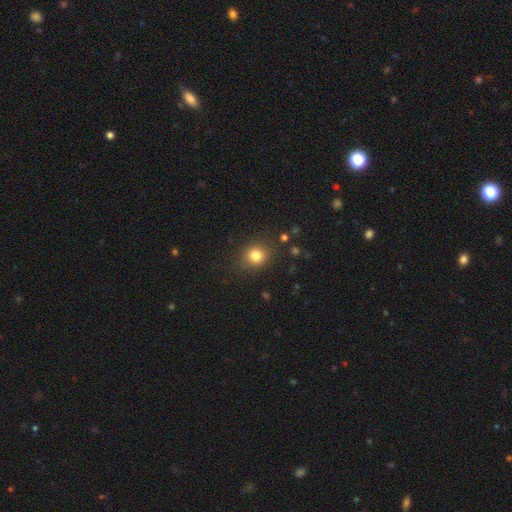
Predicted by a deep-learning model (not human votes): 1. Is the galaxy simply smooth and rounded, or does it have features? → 81% smooth, 12% star or artifact, 6% featured or disk.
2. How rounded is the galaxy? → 78% round, 21% in between, 1% cigar-shaped.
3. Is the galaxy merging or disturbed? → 86% none, 9% minor disturbance, 3% major disturbance, 2% merger.